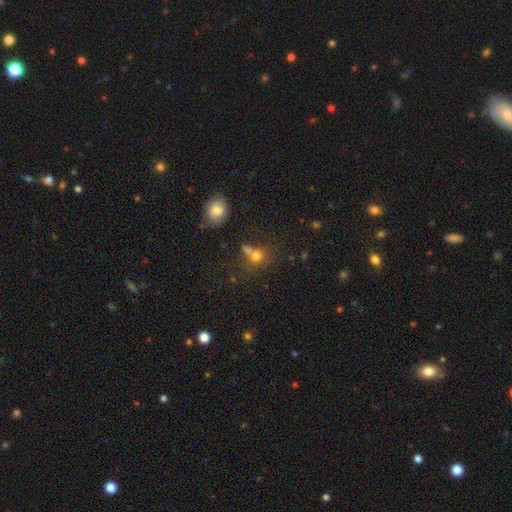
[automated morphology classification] Overall: smooth (72%). How rounded: round (73%). Merging: none (45%; merger 33%).